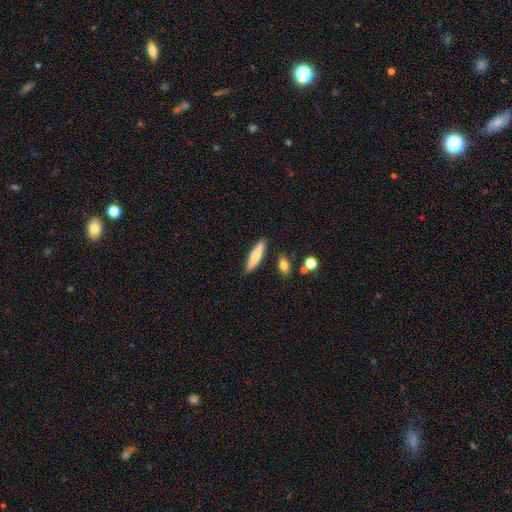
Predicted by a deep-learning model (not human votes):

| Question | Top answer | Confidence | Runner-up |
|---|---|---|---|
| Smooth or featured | smooth | 70% | featured or disk (24%) |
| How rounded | cigar-shaped | 82% | in between (17%) |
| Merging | none | 84% | minor disturbance (10%) |